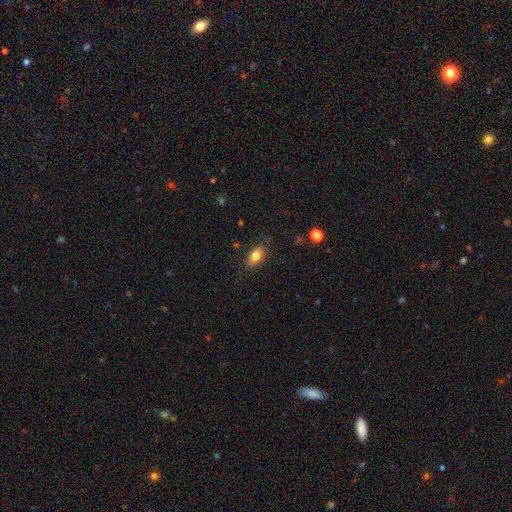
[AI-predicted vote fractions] A smooth galaxy with no disk features (78%) that is in between round and cigar-shaped (87%). Merging: none (80%).